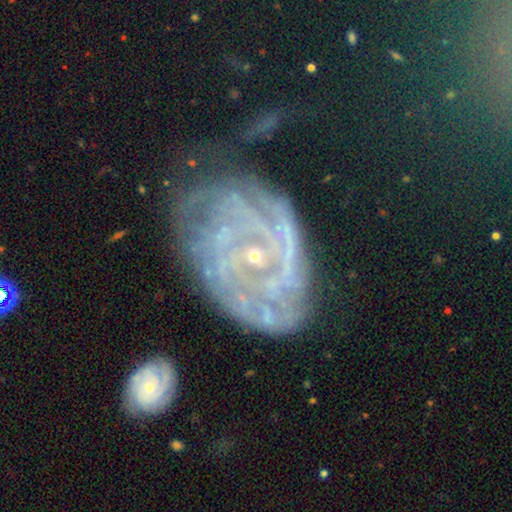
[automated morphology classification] A featured or disk galaxy (76%) with no bar (64%), tight (65%) spiral arms (86%) and a small central bulge (82%).

Vote fractions:
- Smooth or featured? featured or disk: 76% / star or artifact: 14% / smooth: 10%
- Edge-on disk? no: 97% / yes: 3%
- Bar? no: 64% / weak: 27% / strong: 9%
- Spiral arms? yes: 86% / no: 14%
- Spiral winding? tight: 65% / medium: 25% / loose: 10%
- Spiral arm count? can't tell: 44% / 2: 13% / 3: 13% / 4: 12% / more than 4: 10% / 1: 8%
- Bulge size? small: 82% / moderate: 10% / none: 5% / large: 1% / dominant: 1%
- Merging? none: 52% / minor disturbance: 24% / major disturbance: 19% / merger: 5%